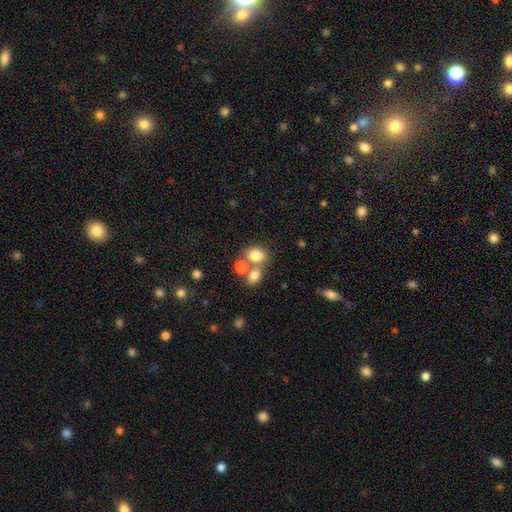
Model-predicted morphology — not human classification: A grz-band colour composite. It shows a smooth galaxy with no disk features (78%) that is in between round and cigar-shaped (56%). Merging: none (47%).